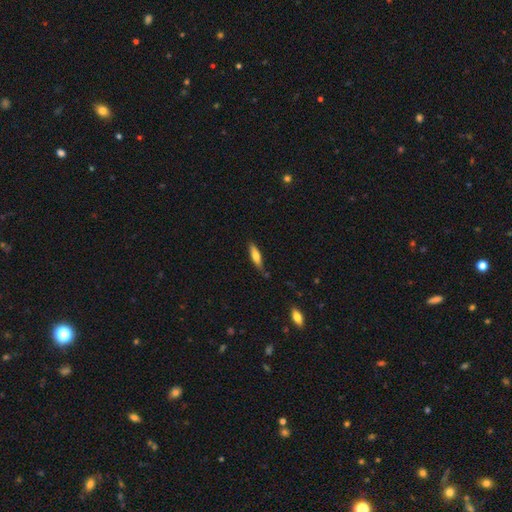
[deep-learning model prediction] smooth 67%, featured or disk 27%, star or artifact 6%. Down the decision tree: how rounded — cigar-shaped (68%); merging — none (74%).